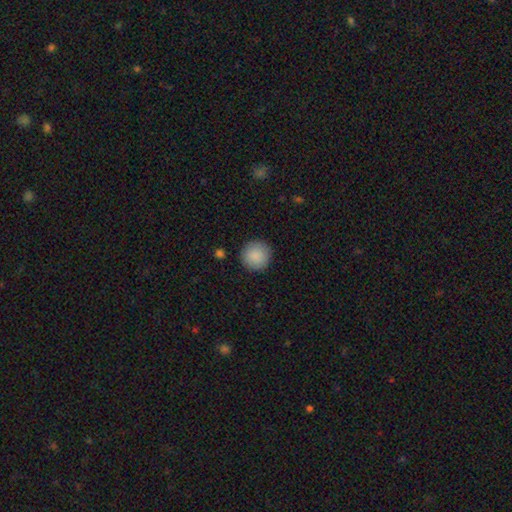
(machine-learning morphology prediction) Smooth or featured: smooth — 89% (star or artifact — 7%)
How rounded: round — 95% (in between — 4%)
Merging: none — 91% (minor disturbance — 6%)